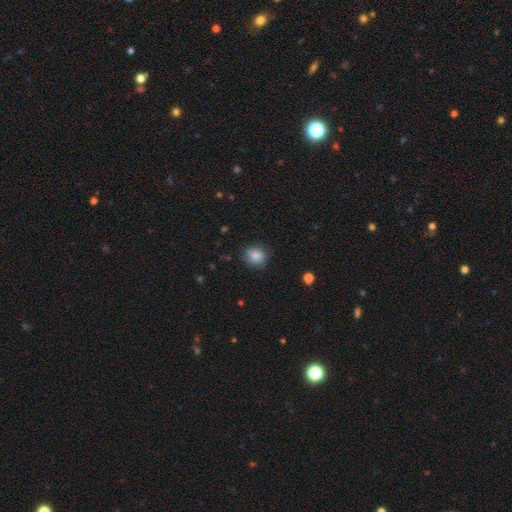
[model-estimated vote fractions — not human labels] The model was most divided on "how rounded": round: 66%, in between: 33%, cigar-shaped: 1%. More confident: smooth or featured — smooth (84%); merging — none (75%).